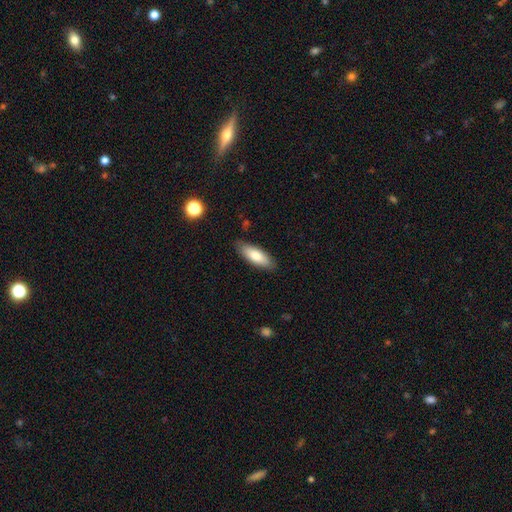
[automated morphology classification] Q: Smooth or featured?
A: smooth (76%); runner-up: featured or disk (18%)
Q: How rounded?
A: in between (64%); runner-up: cigar-shaped (34%)
Q: Merging?
A: none (85%); runner-up: minor disturbance (12%)